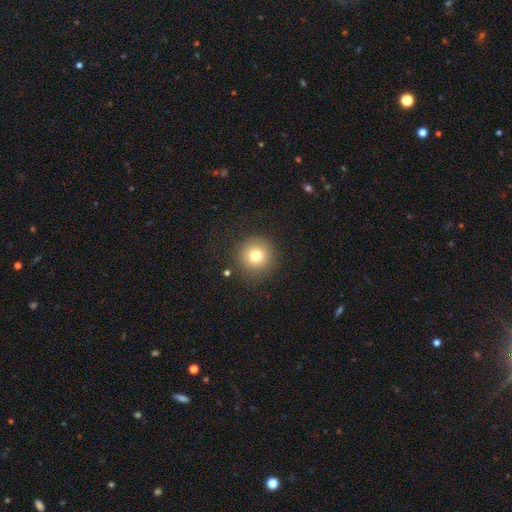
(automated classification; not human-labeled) Smooth or featured?
  - smooth: 77% *
  - star or artifact: 12%
  - featured or disk: 10%
How rounded?
  - round: 95% *
  - in between: 4%
  - cigar-shaped: 1%
Merging?
  - none: 87% *
  - minor disturbance: 8%
  - major disturbance: 3%
  - merger: 2%